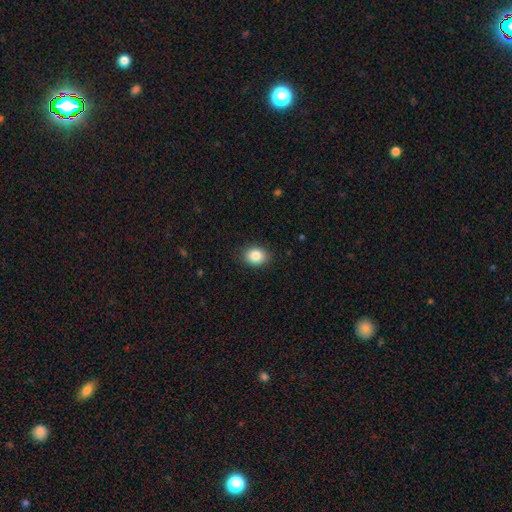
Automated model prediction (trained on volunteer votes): Smooth or featured? smooth (85%)
How rounded? in between (54%)
Merging? none (88%)